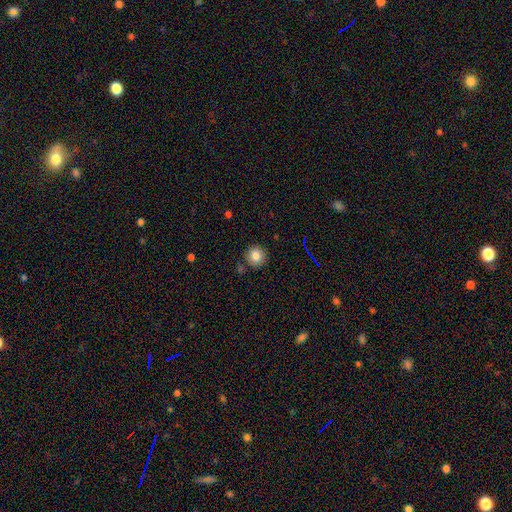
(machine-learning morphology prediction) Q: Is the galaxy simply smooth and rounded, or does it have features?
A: smooth — 83%.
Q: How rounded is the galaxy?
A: round — 93%.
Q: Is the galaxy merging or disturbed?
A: none — 86%.